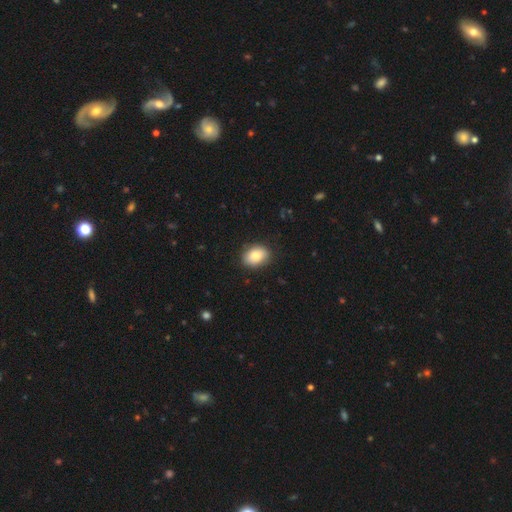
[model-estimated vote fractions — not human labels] Smooth or featured: smooth — 86% (star or artifact — 7%)
How rounded: in between — 75% (round — 24%)
Merging: none — 85% (minor disturbance — 12%)